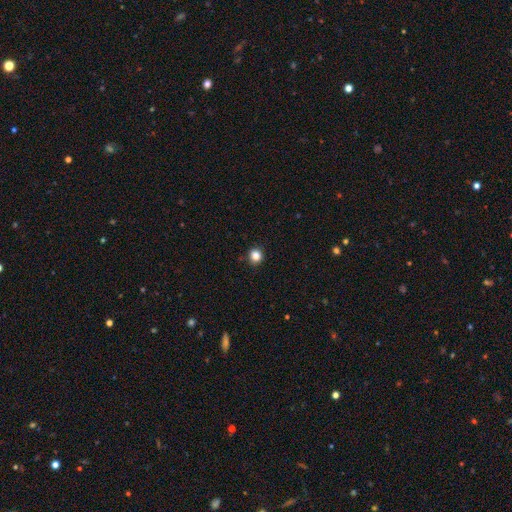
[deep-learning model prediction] Morphology: type=smooth (84%); roundness=round (89%); merging=none (92%).